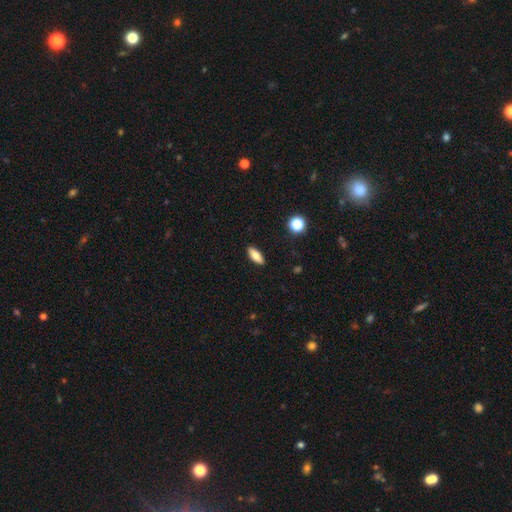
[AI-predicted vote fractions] smooth-or-featured: smooth: 77% | featured or disk: 15% | star or artifact: 8%
  how-rounded: in between: 76% | cigar-shaped: 21% | round: 3%
  merging: none: 89% | minor disturbance: 8% | major disturbance: 2% | merger: 1%